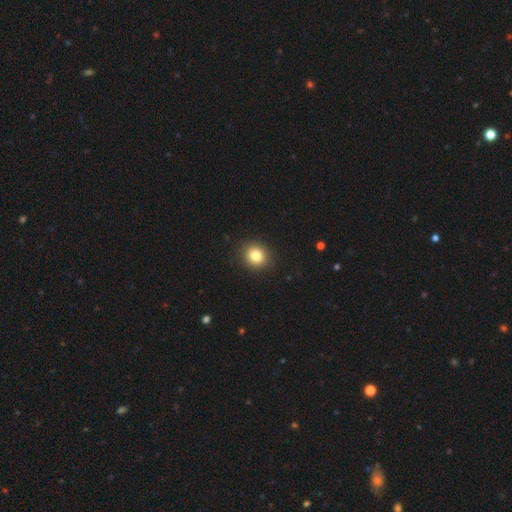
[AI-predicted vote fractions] A smooth galaxy with no disk features (83%) that is round (79%). Merging: none (91%).